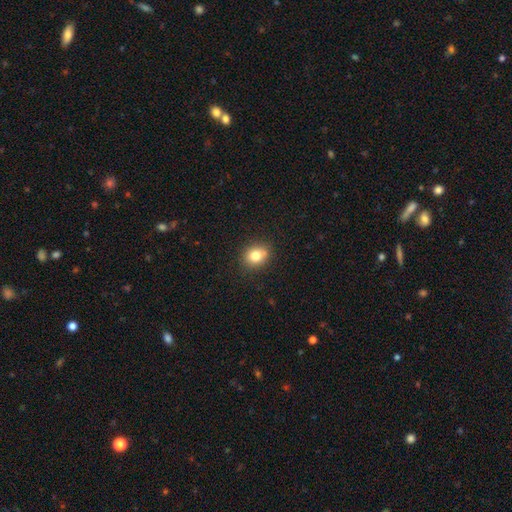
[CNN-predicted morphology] smooth_or_featured: smooth (p=0.80) [alt: star or artifact p=0.11]
how_rounded: round (p=0.62) [alt: in between p=0.37]
merging: none (p=0.84) [alt: minor disturbance p=0.11]